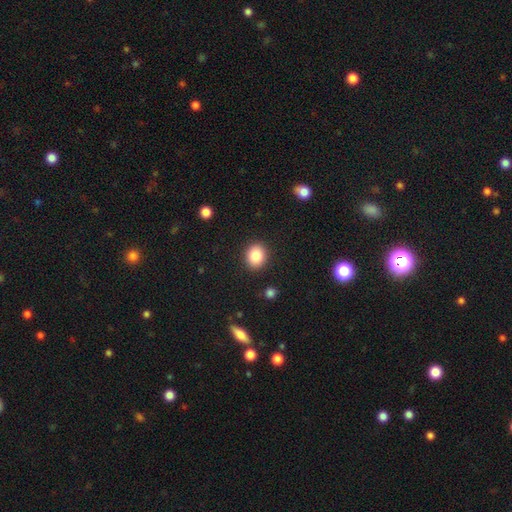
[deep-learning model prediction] smooth 86%, star or artifact 9%, featured or disk 5%. Down the decision tree: how rounded — round (63%); merging — none (90%).